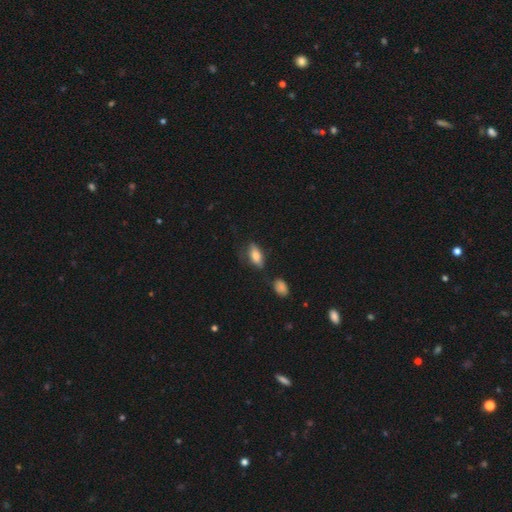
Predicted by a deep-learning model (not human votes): This is likely a smooth galaxy (72%). How rounded: likely in between (80%). Merging: likely none (64%).